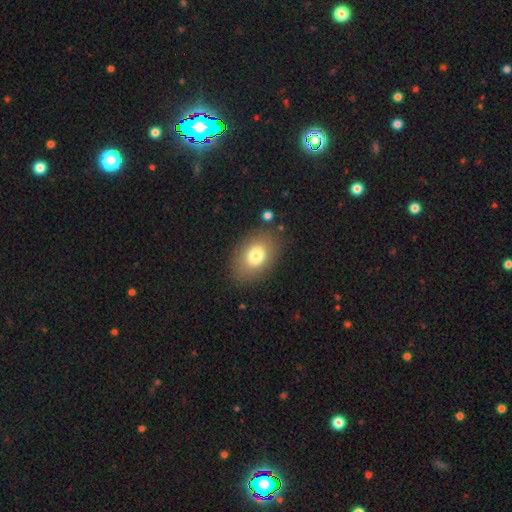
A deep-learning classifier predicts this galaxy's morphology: smooth 77%, featured or disk 14%, star or artifact 10%. Down the decision tree: how rounded — in between (78%); merging — none (83%).